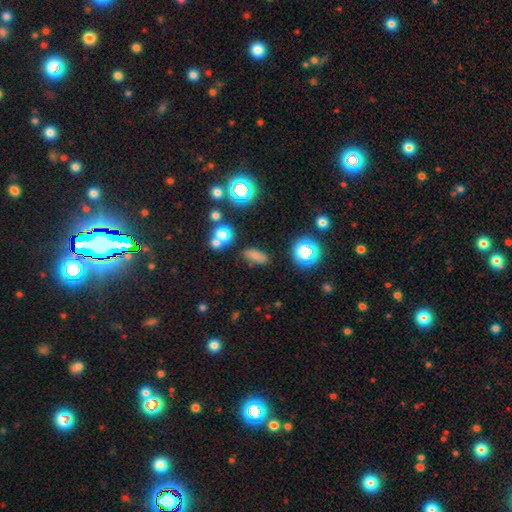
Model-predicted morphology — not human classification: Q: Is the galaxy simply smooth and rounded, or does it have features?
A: smooth — 67%.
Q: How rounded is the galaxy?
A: in between — 75%.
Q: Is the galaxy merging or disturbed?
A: none — 75%.